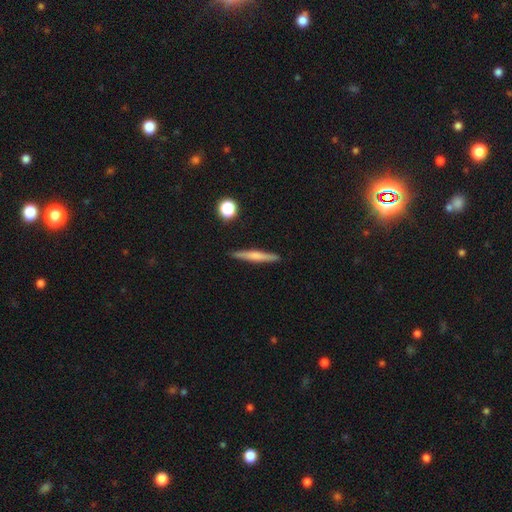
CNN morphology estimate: type=smooth (50%); merging=none (91%).